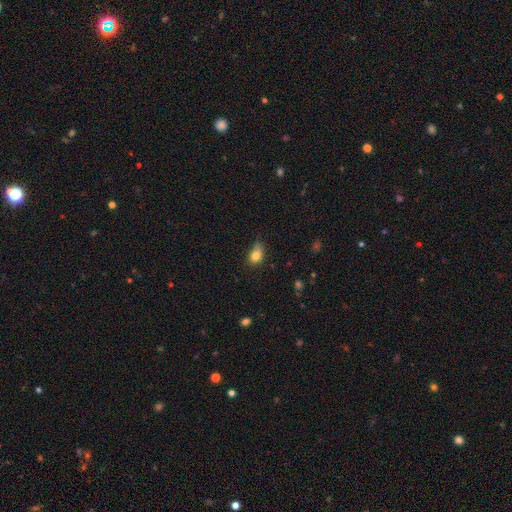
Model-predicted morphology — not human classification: Overall: smooth (80%). How rounded: in between (70%). Merging: none (44%; minor disturbance 41%).